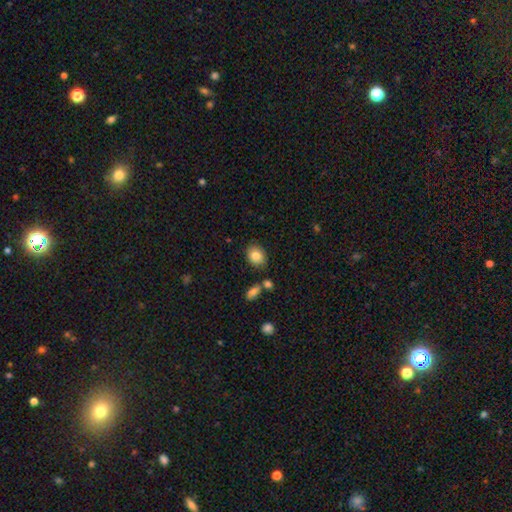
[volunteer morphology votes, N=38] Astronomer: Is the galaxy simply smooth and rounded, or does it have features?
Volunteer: smooth — 92%.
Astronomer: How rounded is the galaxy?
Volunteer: in between — 80%.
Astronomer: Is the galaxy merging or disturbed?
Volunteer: none — 72%.